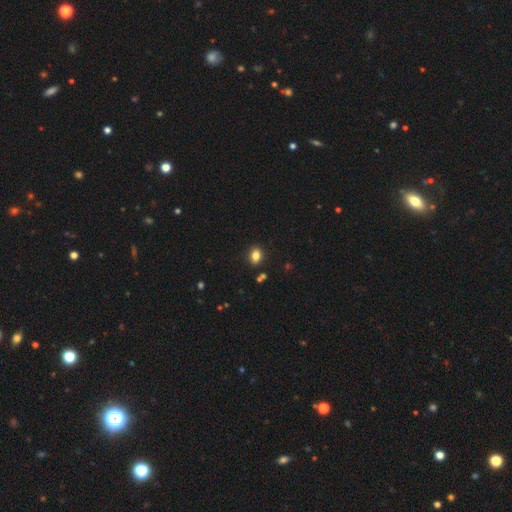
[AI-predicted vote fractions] This is clearly a smooth galaxy (83%). How rounded: likely in between (66%). Merging: clearly none (86%).